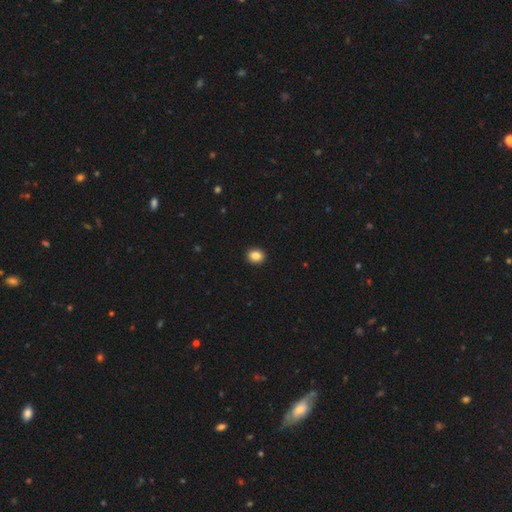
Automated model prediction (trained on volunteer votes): This appears to be a smooth galaxy with no disk features (87%) that is round (64%). Merging: none (93%).